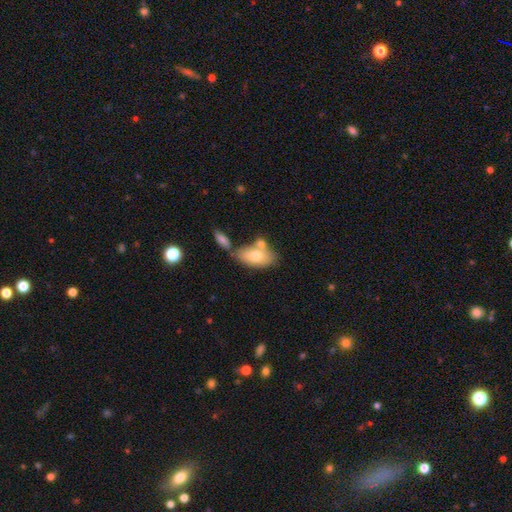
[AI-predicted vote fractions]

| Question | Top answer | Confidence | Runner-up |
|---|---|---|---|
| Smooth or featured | smooth | 71% | featured or disk (23%) |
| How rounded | in between | 91% | round (5%) |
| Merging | none | 49% | merger (31%) |